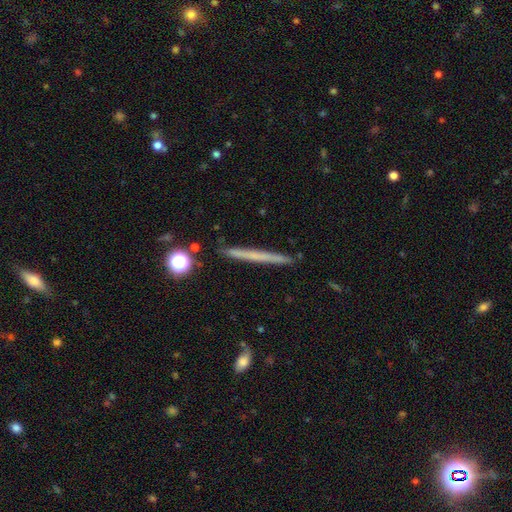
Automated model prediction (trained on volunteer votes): Smooth or featured? Predicted: smooth (p=0.48). Merging? Predicted: none (p=0.90).